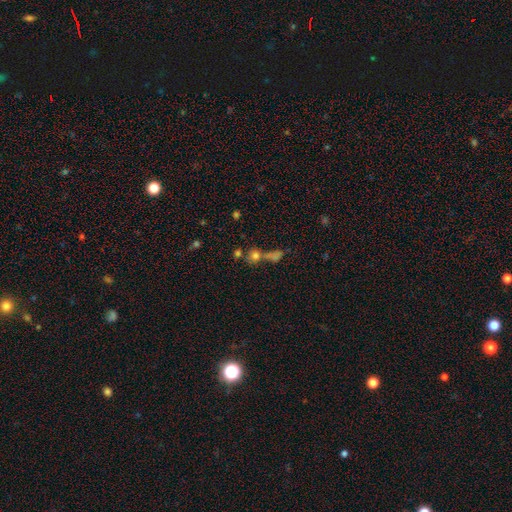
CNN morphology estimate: Smooth or featured? smooth (68%)
How rounded? round (81%)
Merging? none (46%)